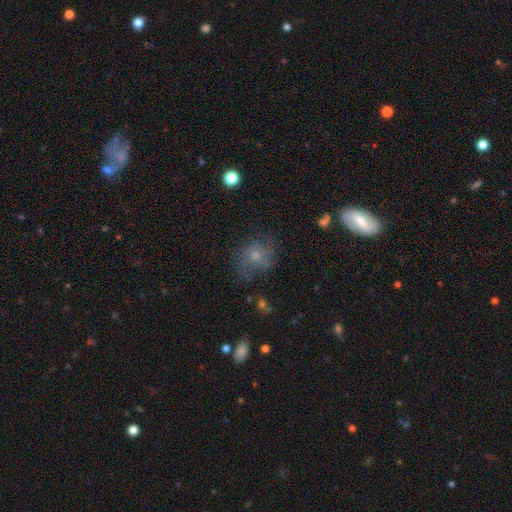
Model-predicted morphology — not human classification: Overall: smooth (54%; featured or disk 30%). How rounded: round (65%; in between 34%). Merging: none (58%; minor disturbance 22%).